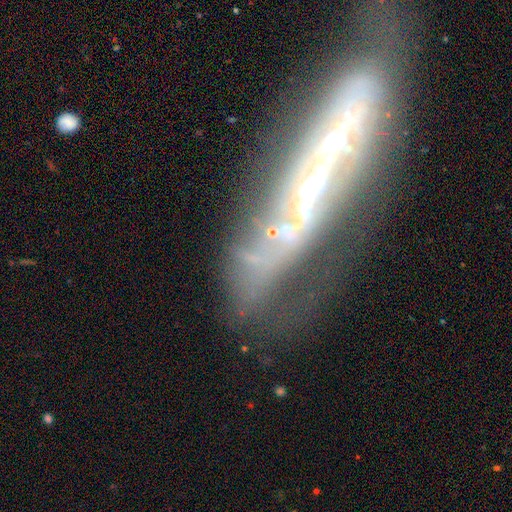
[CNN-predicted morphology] A featured or disk galaxy (64%).

Vote fractions:
- Smooth or featured? featured or disk: 64% / star or artifact: 20% / smooth: 15%
- Edge-on disk? no: 69% / yes: 31%
- Merging? major disturbance: 36% / none: 31% / merger: 17% / minor disturbance: 17%